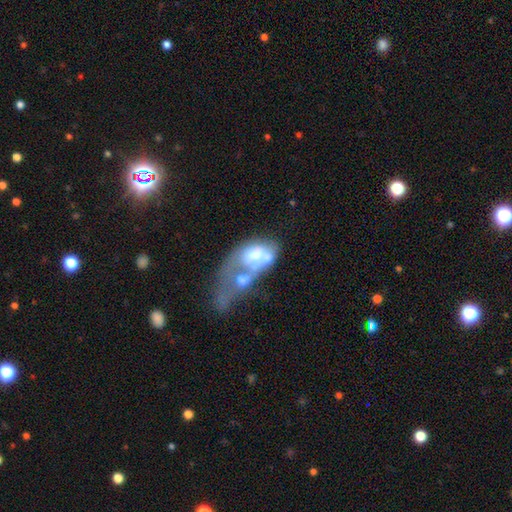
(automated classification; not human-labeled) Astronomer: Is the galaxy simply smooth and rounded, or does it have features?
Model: featured or disk — 48% (runner-up: smooth, 43%).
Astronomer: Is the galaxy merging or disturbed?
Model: merger — 60%.